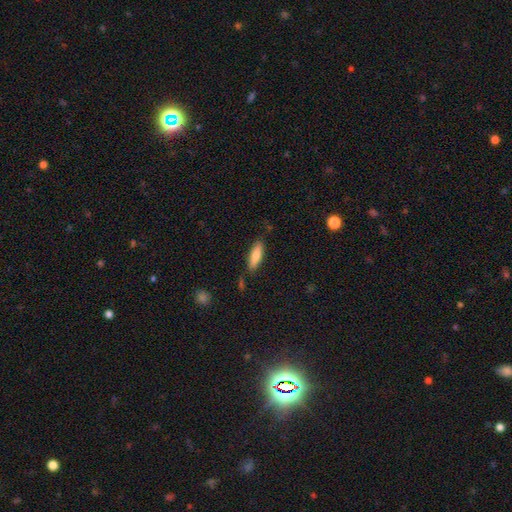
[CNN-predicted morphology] Smooth or featured: smooth — 80% (featured or disk — 14%)
How rounded: cigar-shaped — 53% (in between — 46%)
Merging: none — 79% (minor disturbance — 14%)